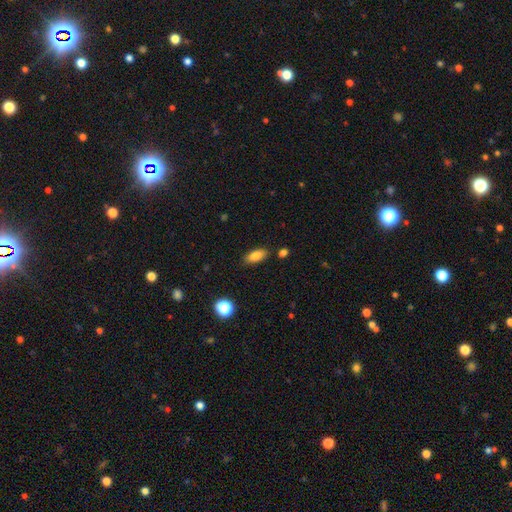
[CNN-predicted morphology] A smooth galaxy with no disk features (83%) that is in between round and cigar-shaped (84%).

Vote fractions:
- Smooth or featured? smooth: 83% / featured or disk: 9% / star or artifact: 9%
- How rounded? in between: 84% / cigar-shaped: 12% / round: 4%
- Merging? none: 83% / minor disturbance: 11% / merger: 3% / major disturbance: 3%